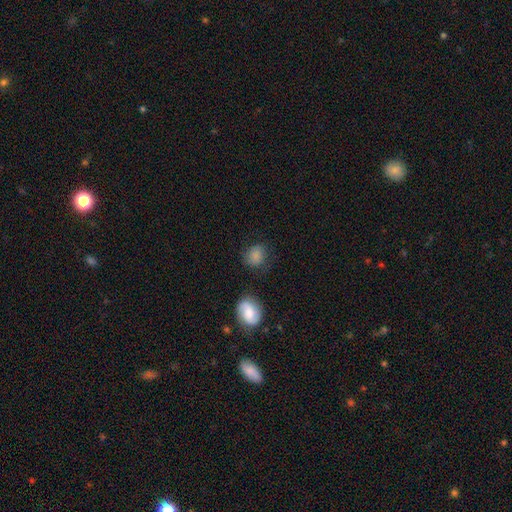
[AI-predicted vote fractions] A smooth galaxy with no disk features (80%) that is round (69%). Merging: none (69%).